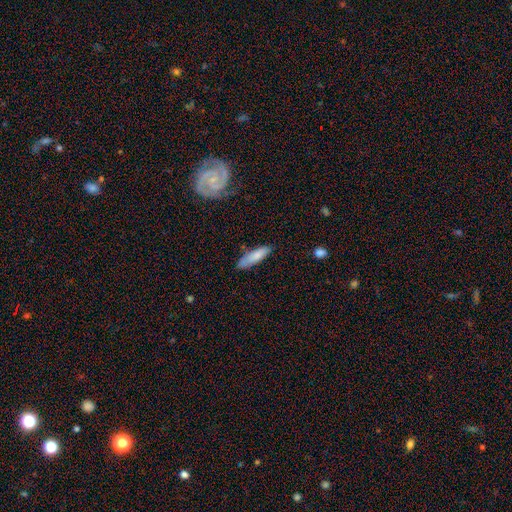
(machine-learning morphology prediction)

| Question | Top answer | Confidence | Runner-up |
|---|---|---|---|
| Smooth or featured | smooth | 81% | featured or disk (13%) |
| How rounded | cigar-shaped | 62% | in between (36%) |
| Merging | none | 77% | minor disturbance (17%) |